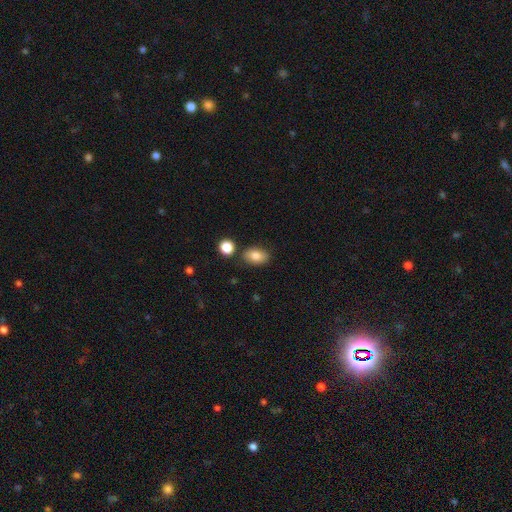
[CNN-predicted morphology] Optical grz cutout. It shows a smooth galaxy with no disk features (83%) that is in between round and cigar-shaped (83%). Merging: none (80%).